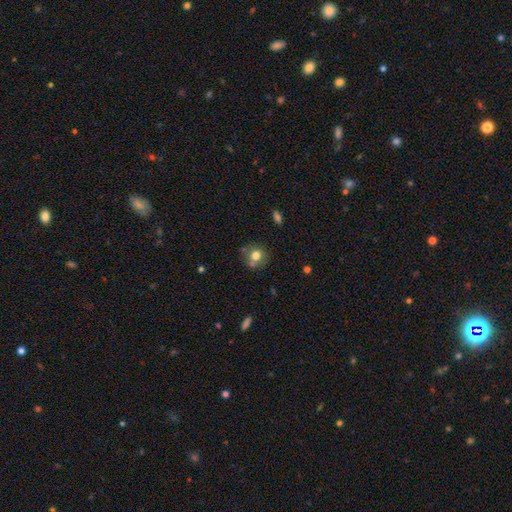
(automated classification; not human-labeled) Morphology: type=smooth (73%); roundness=round (80%); merging=none (62%).